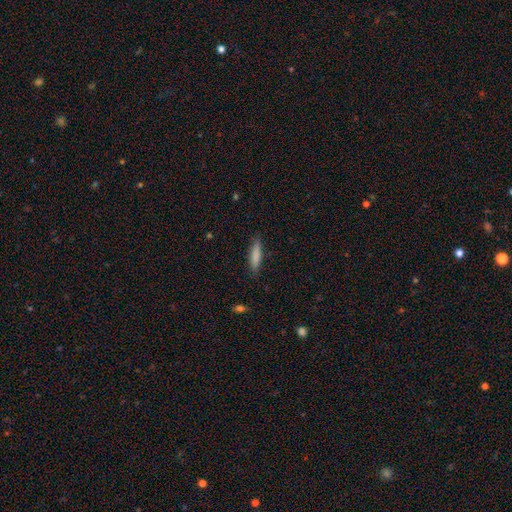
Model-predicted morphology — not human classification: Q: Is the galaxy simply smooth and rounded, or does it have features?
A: smooth — 82%.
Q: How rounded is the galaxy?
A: cigar-shaped — 77%.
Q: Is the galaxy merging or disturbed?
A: none — 86%.